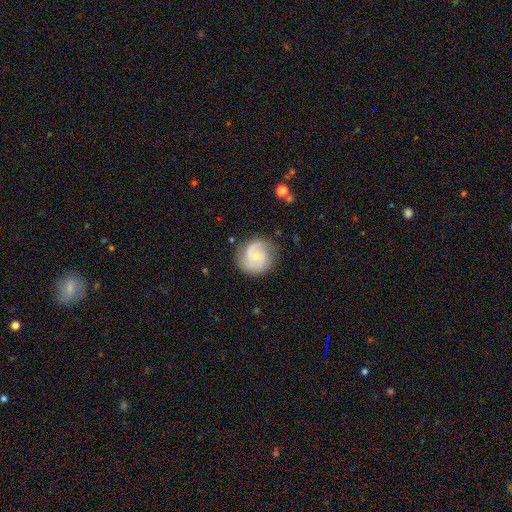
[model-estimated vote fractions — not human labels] A featured or disk galaxy (64%) with no bar (66%), 2 (65%) tight (42%) spiral arms (89%) and a small central bulge (63%). Merging: none (77%).